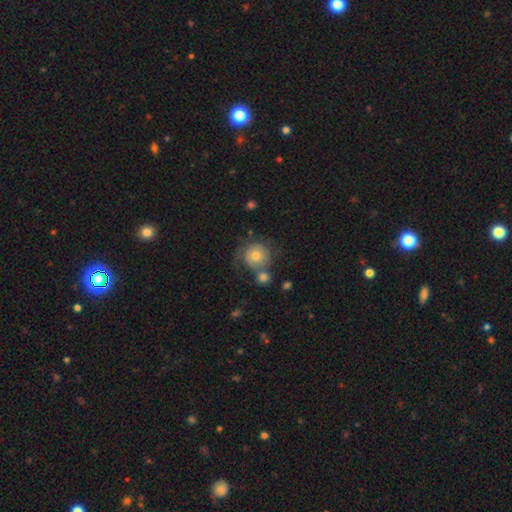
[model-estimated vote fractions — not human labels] This is possibly a smooth galaxy (53%). How rounded: clearly round (89%). Merging: possibly none (49%).